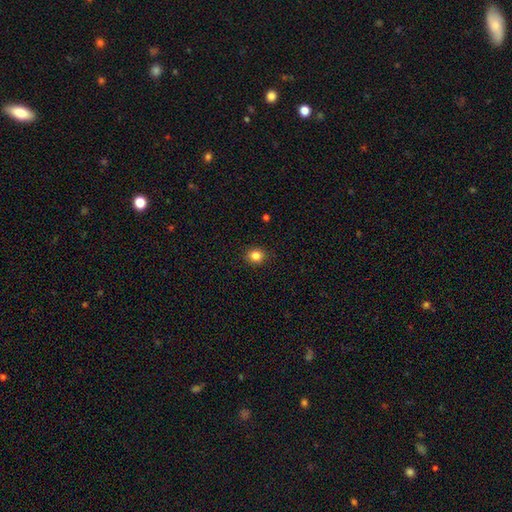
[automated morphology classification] Smooth or featured?
  - smooth: 84% *
  - star or artifact: 11%
  - featured or disk: 5%
How rounded?
  - round: 76% *
  - in between: 23%
  - cigar-shaped: 1%
Merging?
  - none: 89% *
  - minor disturbance: 8%
  - major disturbance: 2%
  - merger: 1%